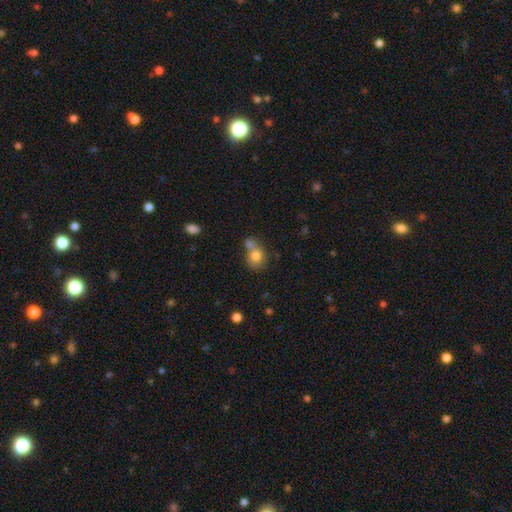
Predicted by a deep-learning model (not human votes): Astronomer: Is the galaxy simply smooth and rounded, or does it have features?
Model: smooth — 78%.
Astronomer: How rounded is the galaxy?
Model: round — 64%.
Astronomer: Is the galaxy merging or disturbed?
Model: merger — 49% (runner-up: none, 35%).